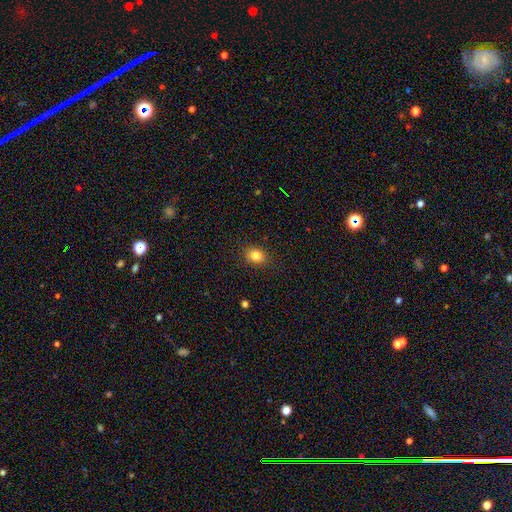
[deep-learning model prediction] A smooth galaxy with no disk features (83%) that is in between round and cigar-shaped (56%). Merging: none (87%).